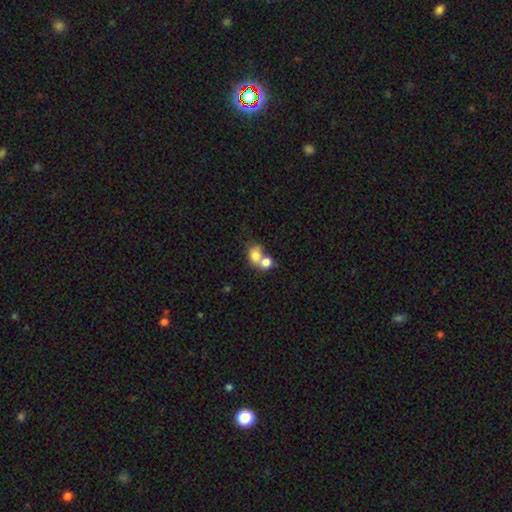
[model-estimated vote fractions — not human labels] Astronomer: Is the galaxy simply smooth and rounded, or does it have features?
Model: smooth — 76%.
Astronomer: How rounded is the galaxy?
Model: round — 49%, tied with in between at 49%.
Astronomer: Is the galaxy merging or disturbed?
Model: merger — 68%.